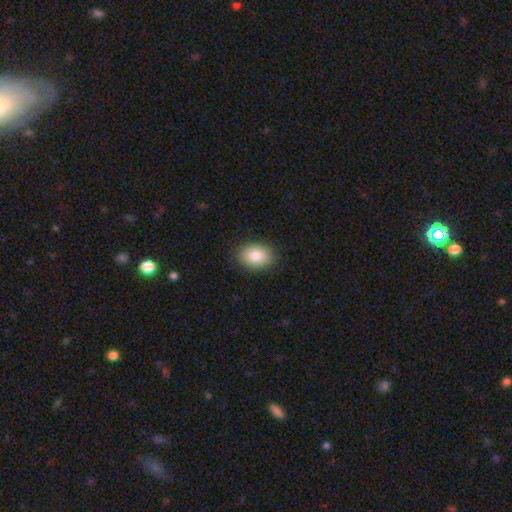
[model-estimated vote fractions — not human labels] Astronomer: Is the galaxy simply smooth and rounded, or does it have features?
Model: smooth — 84%.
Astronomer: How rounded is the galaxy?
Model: in between — 76%.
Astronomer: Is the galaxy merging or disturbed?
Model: none — 88%.